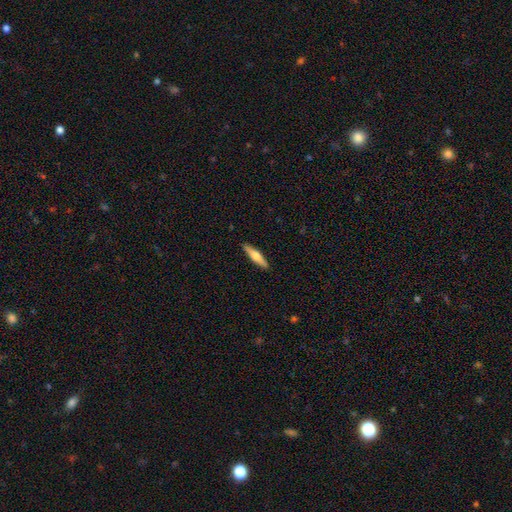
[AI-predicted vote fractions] A smooth galaxy with no disk features (51%) that is cigar-shaped (79%). Merging: none (91%).